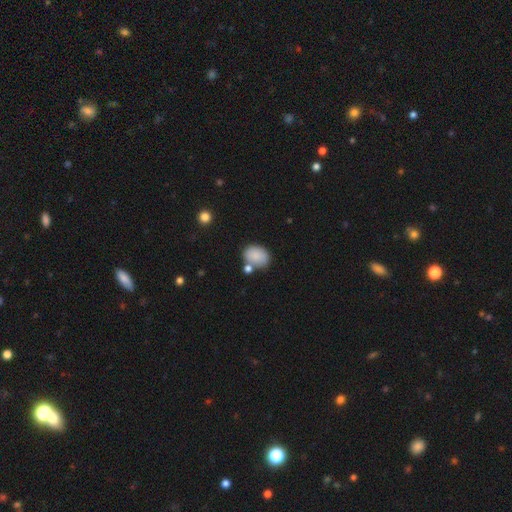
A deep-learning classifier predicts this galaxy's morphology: This is clearly a smooth galaxy (84%). How rounded: likely in between (71%). Merging: likely none (61%).